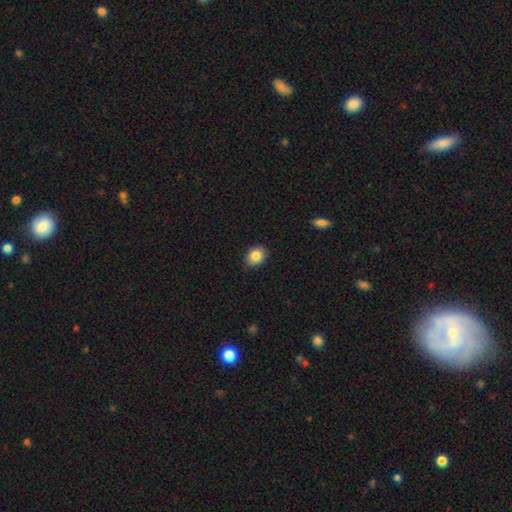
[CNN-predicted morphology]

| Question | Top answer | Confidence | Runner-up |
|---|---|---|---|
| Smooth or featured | smooth | 86% | star or artifact (9%) |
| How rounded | in between | 55% | round (45%) |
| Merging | none | 87% | minor disturbance (10%) |